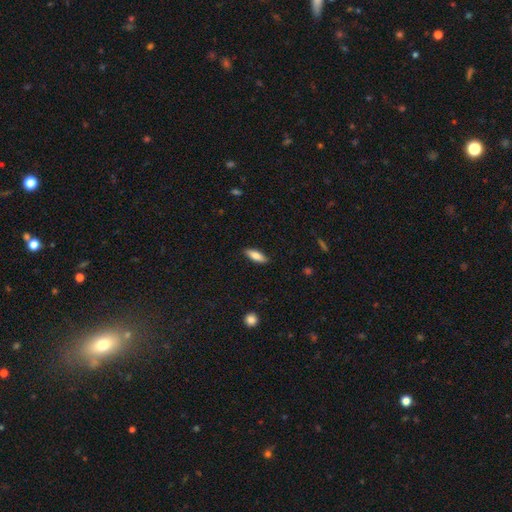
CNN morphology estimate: The model was most divided on "how rounded": in between: 63%, cigar-shaped: 35%, round: 2%. More confident: merging — none (88%); smooth or featured — smooth (79%).